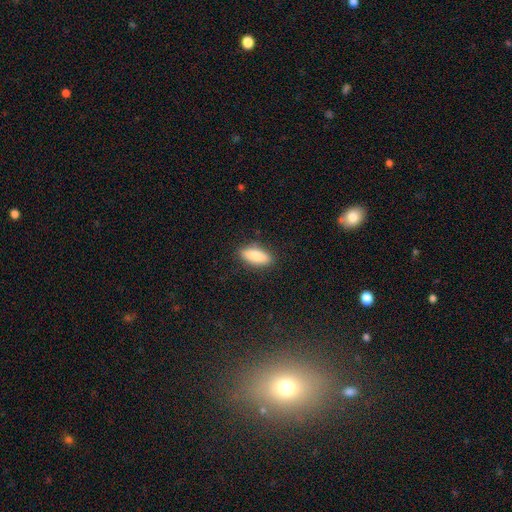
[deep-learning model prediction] Q: Smooth or featured?
A: smooth (84%); runner-up: featured or disk (10%)
Q: How rounded?
A: in between (67%); runner-up: cigar-shaped (30%)
Q: Merging?
A: none (87%); runner-up: minor disturbance (9%)